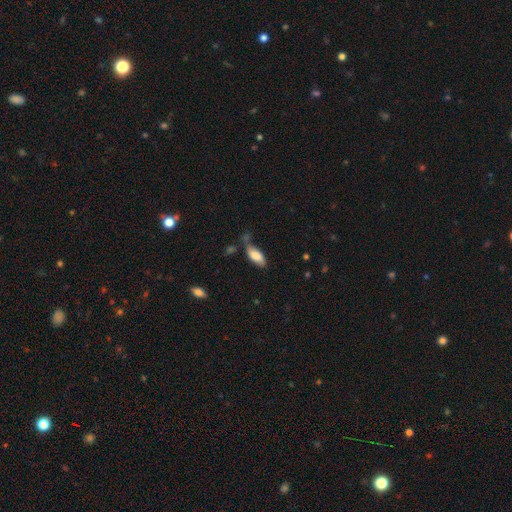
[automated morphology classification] Smooth or featured? smooth (77%)
How rounded? in between (84%)
Merging? none (44%)